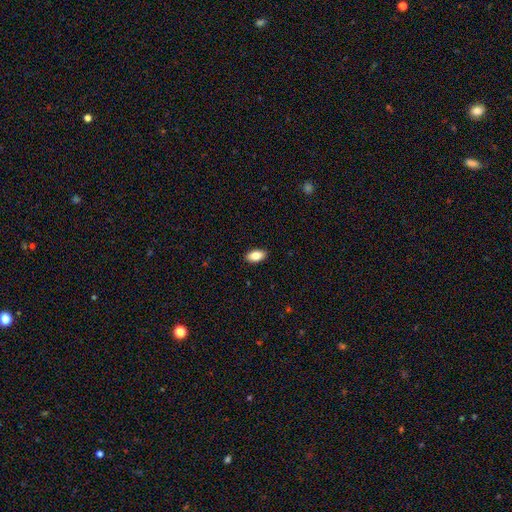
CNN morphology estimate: A smooth galaxy with no disk features (84%) that is in between round and cigar-shaped (92%).

Vote fractions:
- Smooth or featured? smooth: 84% / featured or disk: 9% / star or artifact: 7%
- How rounded? in between: 92% / round: 4% / cigar-shaped: 4%
- Merging? none: 90% / minor disturbance: 7% / major disturbance: 2% / merger: 1%